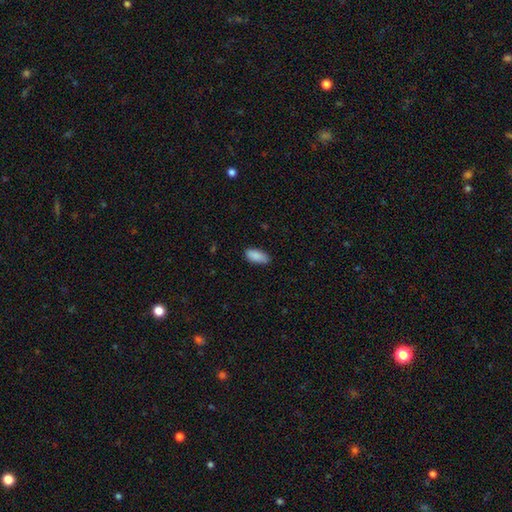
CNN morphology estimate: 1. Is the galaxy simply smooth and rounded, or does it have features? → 90% smooth, 6% star or artifact, 4% featured or disk.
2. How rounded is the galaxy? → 90% in between, 9% cigar-shaped, 2% round.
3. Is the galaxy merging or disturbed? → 84% none, 13% minor disturbance, 2% major disturbance, 1% merger.